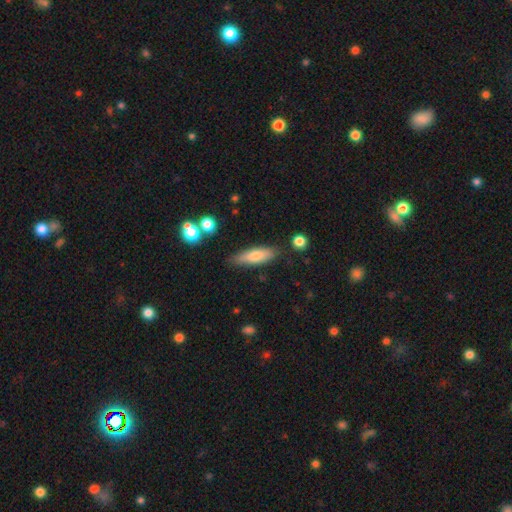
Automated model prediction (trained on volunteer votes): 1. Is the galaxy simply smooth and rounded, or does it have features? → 72% smooth, 22% featured or disk, 7% star or artifact.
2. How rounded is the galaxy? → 56% cigar-shaped, 42% in between, 2% round.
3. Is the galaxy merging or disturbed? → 80% none, 14% minor disturbance, 3% merger, 3% major disturbance.